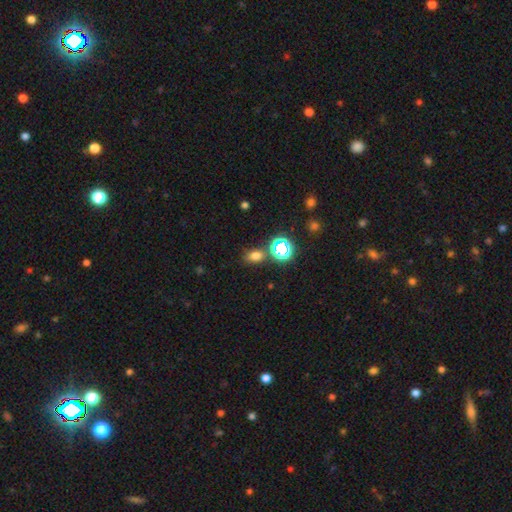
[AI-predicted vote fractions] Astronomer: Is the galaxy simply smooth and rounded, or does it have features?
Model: smooth — 66%.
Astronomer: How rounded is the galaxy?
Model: in between — 72%.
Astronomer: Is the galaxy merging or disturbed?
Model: none — 76%.